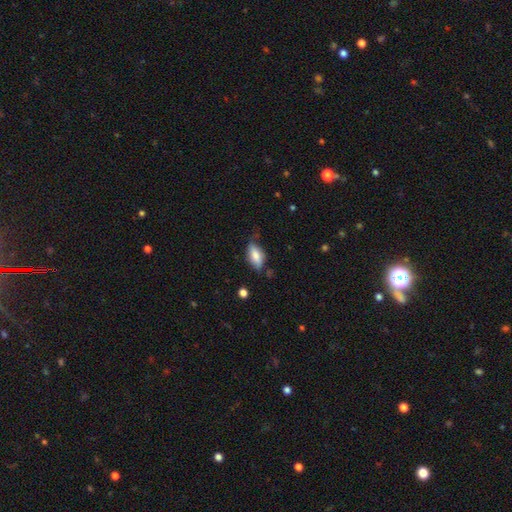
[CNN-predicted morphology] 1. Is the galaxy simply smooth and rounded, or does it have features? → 75% smooth, 17% featured or disk, 7% star or artifact.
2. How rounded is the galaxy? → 88% in between, 8% cigar-shaped, 4% round.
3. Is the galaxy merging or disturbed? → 56% none, 33% minor disturbance, 8% major disturbance, 2% merger.